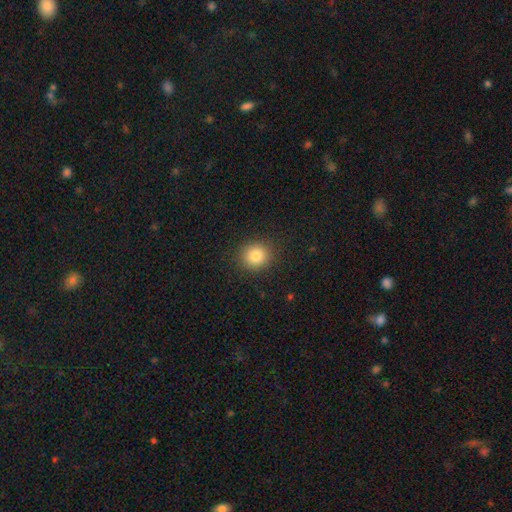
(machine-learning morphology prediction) The model was most divided on "smooth or featured": smooth: 83%, star or artifact: 11%, featured or disk: 6%. More confident: merging — none (90%); how rounded — round (87%).